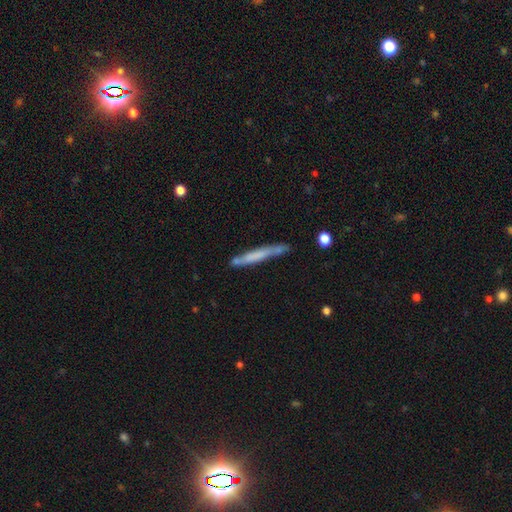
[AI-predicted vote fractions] Morphology: type=smooth (55%); roundness=cigar-shaped (96%); merging=none (76%).